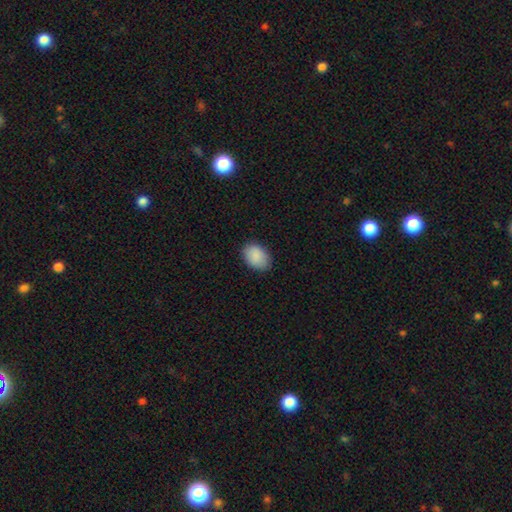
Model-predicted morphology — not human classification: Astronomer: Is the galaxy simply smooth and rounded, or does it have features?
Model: smooth — 90%.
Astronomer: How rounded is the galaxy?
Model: in between — 82%.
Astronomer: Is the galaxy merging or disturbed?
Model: none — 86%.